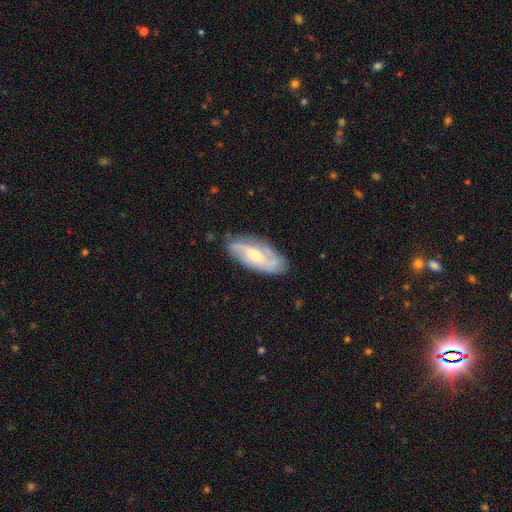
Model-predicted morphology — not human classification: Smooth or featured? featured or disk (68%)
Edge-on disk? no (89%)
Bar? no (51%)
Spiral arms? yes (88%)
Spiral winding? medium (41%)
Spiral arm count? 2 (46%)
Bulge size? moderate (45%)
Merging? none (72%)